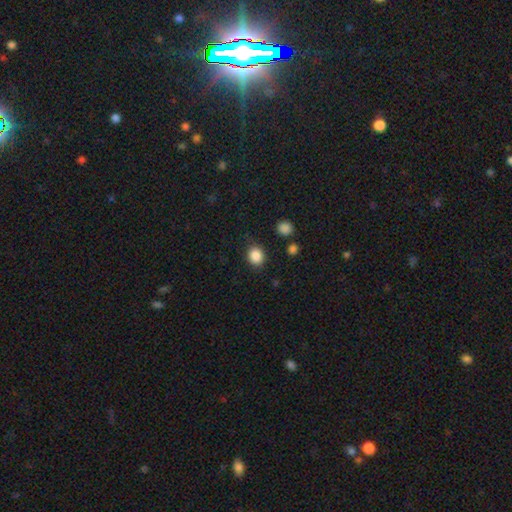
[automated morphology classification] A smooth galaxy with no disk features (87%) that is round (67%).

Vote fractions:
- Smooth or featured? smooth: 87% / star or artifact: 9% / featured or disk: 4%
- How rounded? round: 67% / in between: 32% / cigar-shaped: 1%
- Merging? none: 83% / minor disturbance: 11% / major disturbance: 3% / merger: 2%